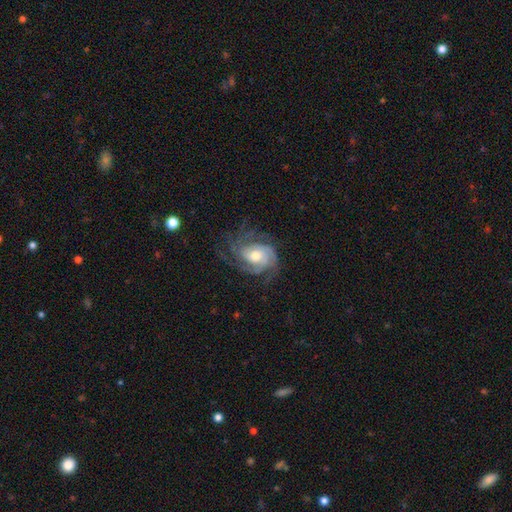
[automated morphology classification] Overall: featured or disk (84%). Edge-on disk: no (97%). Bar: no (70%). Spiral arms: yes (96%). Spiral arm count: 3 (29%; 4 26%). Spiral winding: tight (51%; medium 37%). Bulge size: moderate (64%). Merging: none (65%).